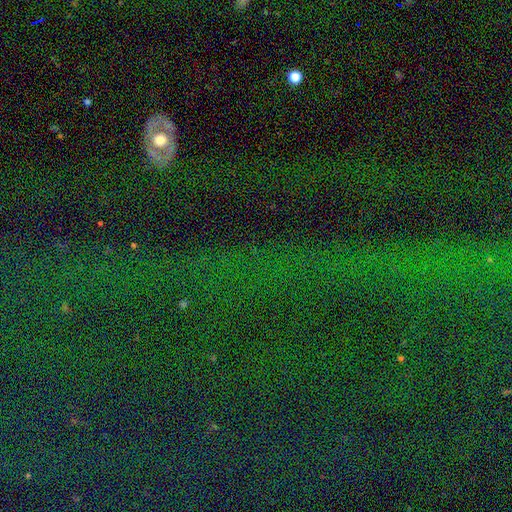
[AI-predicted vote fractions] A star or artifact, not a galaxy (80%).

Vote fractions:
- Smooth or featured? star or artifact: 80% / smooth: 11% / featured or disk: 9%